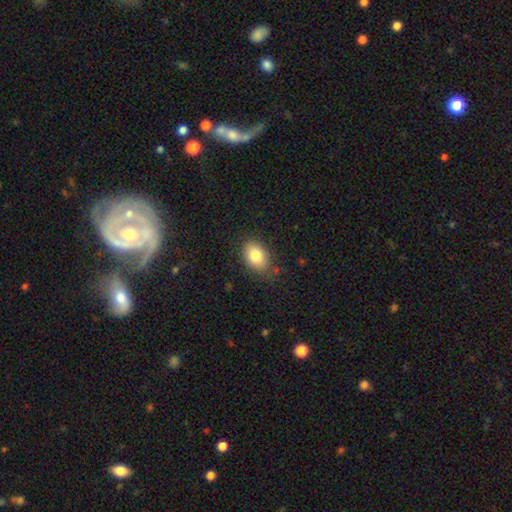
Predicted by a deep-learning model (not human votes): Q: Smooth or featured?
A: smooth (82%); runner-up: featured or disk (10%)
Q: How rounded?
A: in between (85%); runner-up: round (14%)
Q: Merging?
A: none (80%); runner-up: minor disturbance (15%)